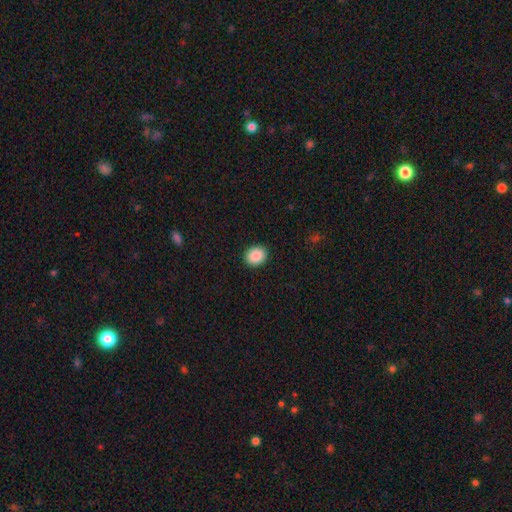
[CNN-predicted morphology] Smooth or featured? Predicted: smooth (p=0.89). How rounded? Predicted: round (p=0.59). Merging? Predicted: none (p=0.91).